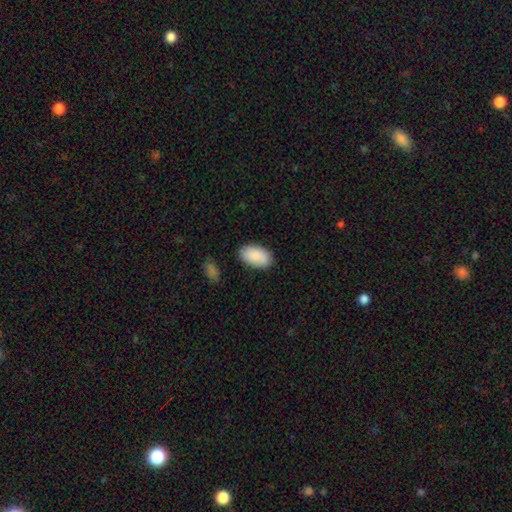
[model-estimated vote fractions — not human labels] Smooth or featured? Predicted: smooth (p=0.89). How rounded? Predicted: in between (p=0.95). Merging? Predicted: none (p=0.85).